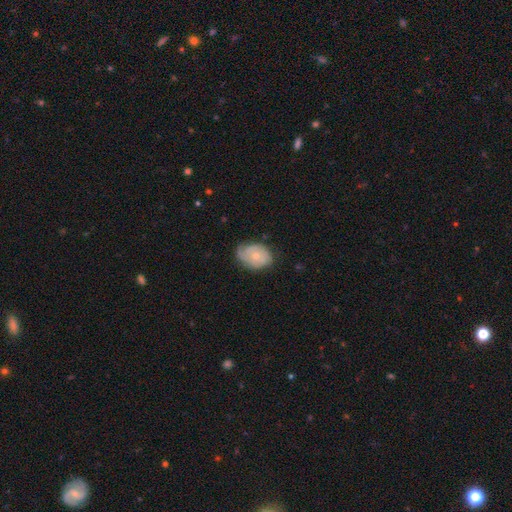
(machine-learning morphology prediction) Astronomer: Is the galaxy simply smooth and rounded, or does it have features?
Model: featured or disk — 59% (runner-up: smooth, 35%).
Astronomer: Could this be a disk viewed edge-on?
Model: no — 96%.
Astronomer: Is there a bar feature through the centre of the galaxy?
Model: no — 82%.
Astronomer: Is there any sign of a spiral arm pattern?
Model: yes — 79%.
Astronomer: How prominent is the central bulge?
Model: moderate — 54% (runner-up: small, 42%).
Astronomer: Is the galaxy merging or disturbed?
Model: none — 55% (runner-up: minor disturbance, 32%).